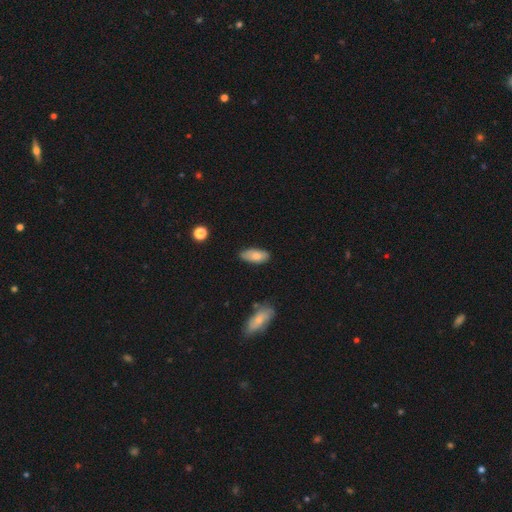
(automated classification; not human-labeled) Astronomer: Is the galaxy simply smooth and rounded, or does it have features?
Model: smooth — 77%.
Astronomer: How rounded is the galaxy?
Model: in between — 86%.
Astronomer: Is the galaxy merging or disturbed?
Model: none — 75%.